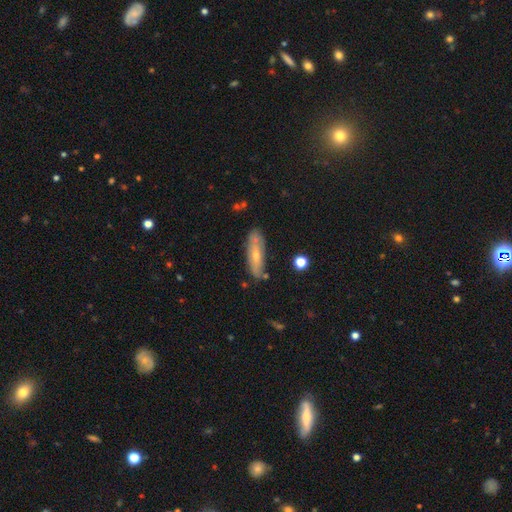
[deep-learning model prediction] A smooth galaxy with no disk features (54%) that is cigar-shaped (53%).

Vote fractions:
- Smooth or featured? smooth: 54% / featured or disk: 40% / star or artifact: 7%
- How rounded? cigar-shaped: 53% / in between: 45% / round: 2%
- Merging? none: 72% / minor disturbance: 19% / merger: 5% / major disturbance: 4%